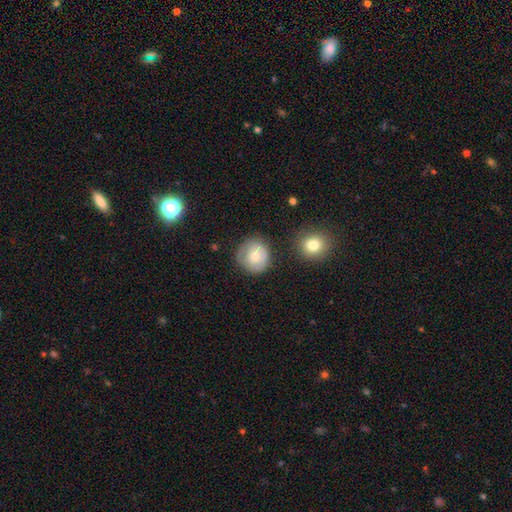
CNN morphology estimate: The model was most divided on "smooth or featured": smooth: 63%, featured or disk: 30%, star or artifact: 7%. More confident: how rounded — round (87%); merging — none (69%).